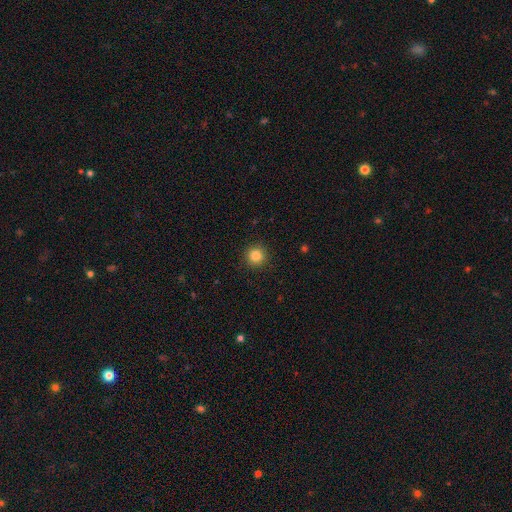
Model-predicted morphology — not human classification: This is clearly a smooth galaxy (83%). How rounded: clearly round (95%). Merging: clearly none (92%).